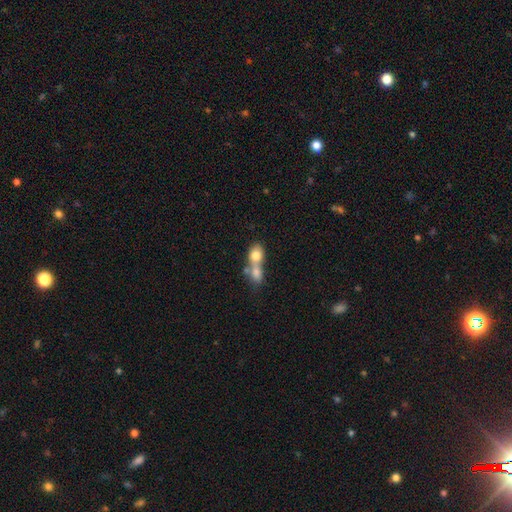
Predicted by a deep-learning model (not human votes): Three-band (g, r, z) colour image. It shows a smooth galaxy with no disk features (75%) that is in between round and cigar-shaped (58%). Merging: merger (76%).